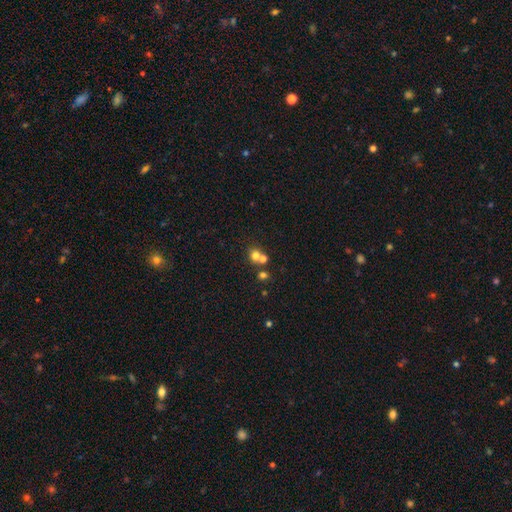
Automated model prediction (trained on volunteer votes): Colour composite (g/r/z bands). It shows a smooth galaxy with no disk features (70%) that is round (81%). Merging: none (47%).